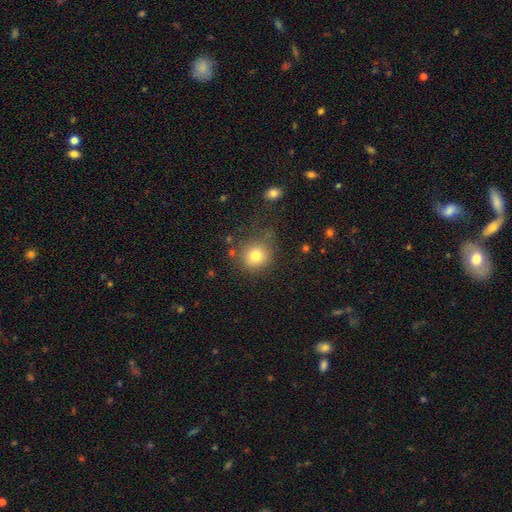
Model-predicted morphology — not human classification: smooth 78%, star or artifact 12%, featured or disk 10%. Down the decision tree: how rounded — round (88%); merging — none (75%).